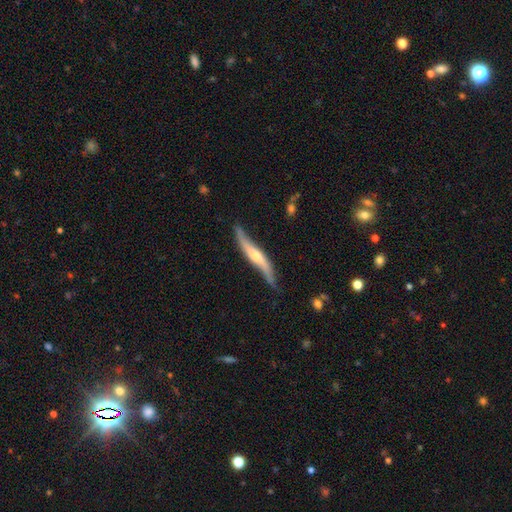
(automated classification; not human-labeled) The model was most divided on "edge-on disk": yes: 69%, no: 31%. More confident: edge-on bulge — rounded (81%); smooth or featured — featured or disk (74%); merging — none (66%).